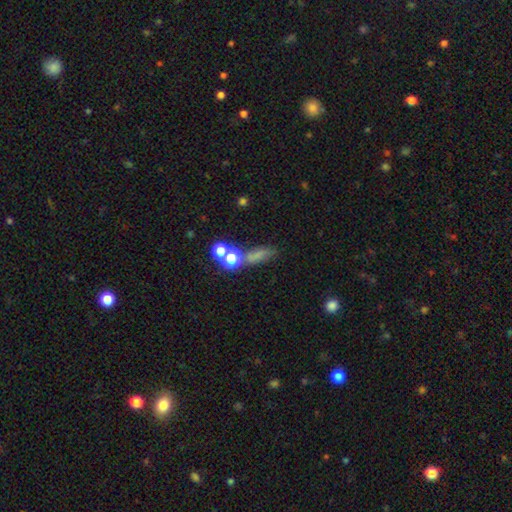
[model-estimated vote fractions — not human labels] Smooth or featured? smooth (60%)
How rounded? in between (40%)
Merging? none (55%)